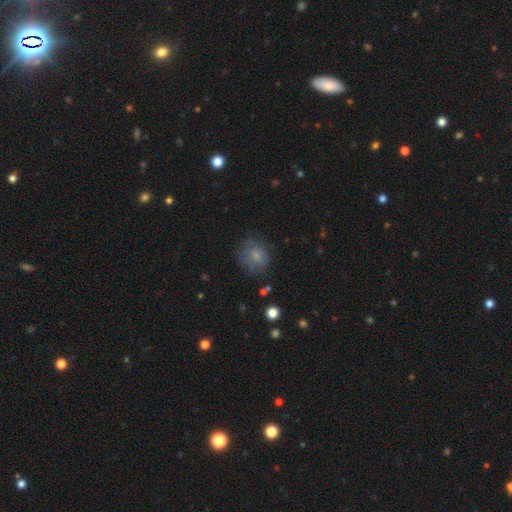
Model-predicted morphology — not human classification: Smooth or featured? Predicted: smooth (p=0.77). How rounded? Predicted: round (p=0.76). Merging? Predicted: none (p=0.68).